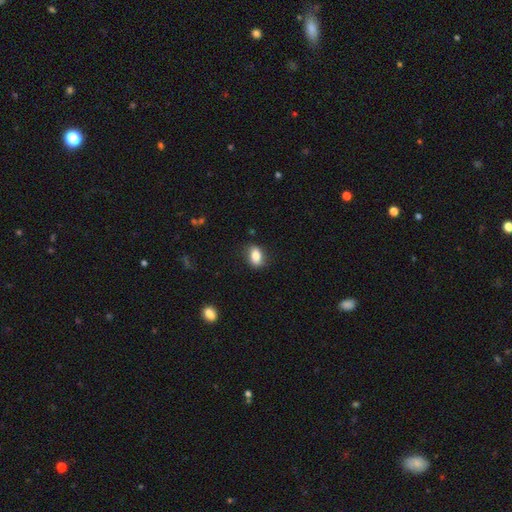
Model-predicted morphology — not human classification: This appears to be a smooth galaxy with no disk features (79%) that is in between round and cigar-shaped (81%). Merging: none (81%).